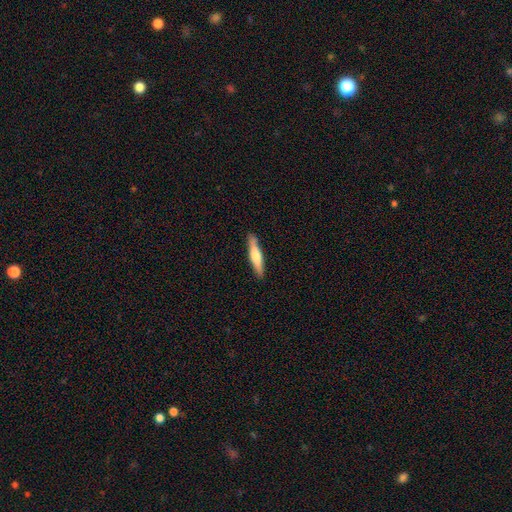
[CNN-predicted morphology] smooth 53%, featured or disk 42%, star or artifact 5%. Down the decision tree: how rounded — cigar-shaped (88%); merging — none (89%).